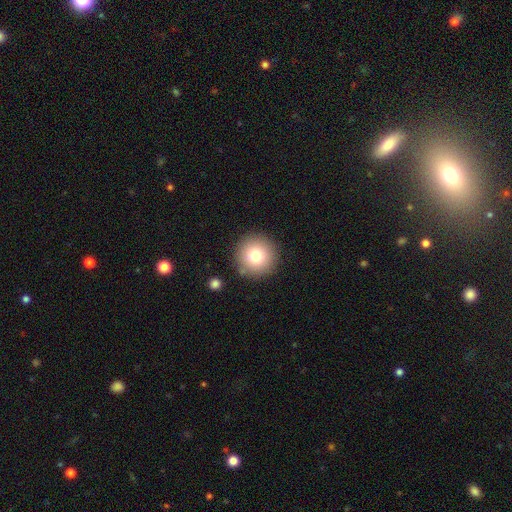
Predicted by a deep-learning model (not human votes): A smooth galaxy with no disk features (77%) that is round (96%).

Vote fractions:
- Smooth or featured? smooth: 77% / star or artifact: 12% / featured or disk: 11%
- How rounded? round: 96% / in between: 3% / cigar-shaped: 1%
- Merging? none: 89% / minor disturbance: 6% / merger: 2% / major disturbance: 2%